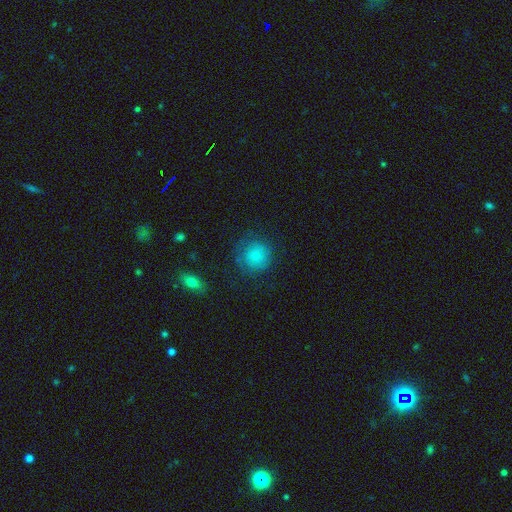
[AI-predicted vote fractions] Smooth or featured?
  - smooth: 78% *
  - featured or disk: 12%
  - star or artifact: 9%
How rounded?
  - round: 92% *
  - in between: 7%
  - cigar-shaped: 1%
Merging?
  - none: 74% *
  - minor disturbance: 16%
  - major disturbance: 9%
  - merger: 2%